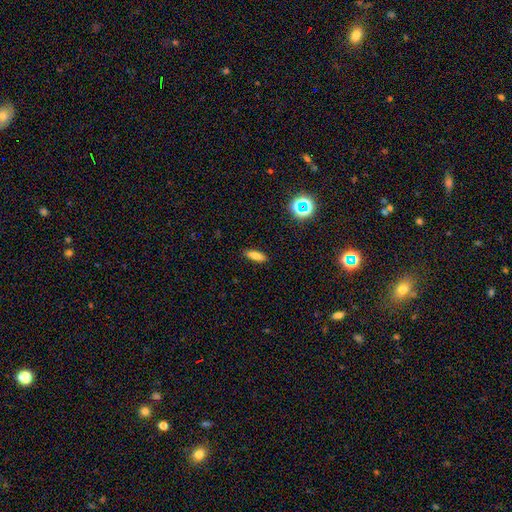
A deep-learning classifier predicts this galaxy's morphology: This appears to be a smooth galaxy with no disk features (76%) that is in between round and cigar-shaped (58%). Merging: none (89%).